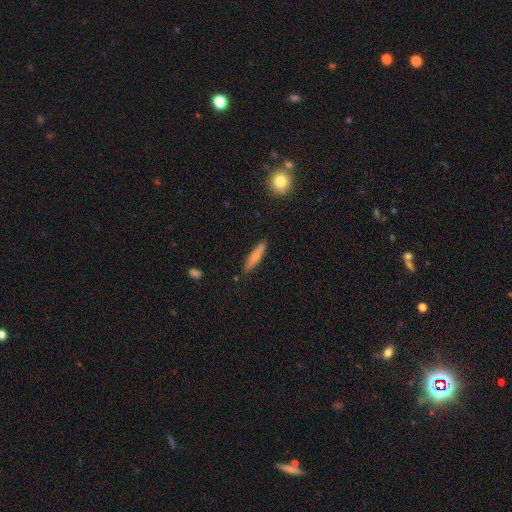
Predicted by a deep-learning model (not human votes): smooth 69%, featured or disk 24%, star or artifact 7%. Down the decision tree: how rounded — cigar-shaped (83%); merging — none (85%).